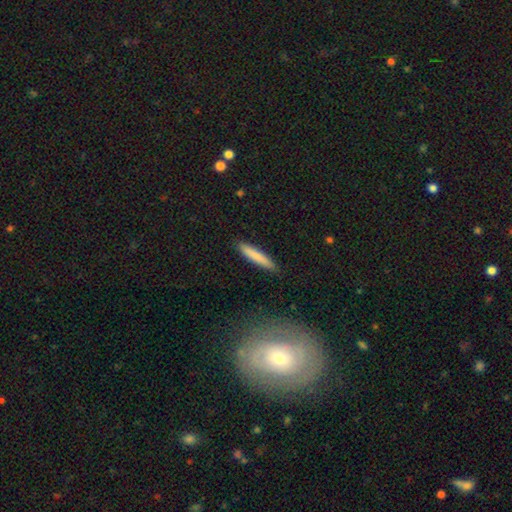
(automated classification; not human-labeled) The model was most divided on "smooth or featured": smooth: 81%, featured or disk: 13%, star or artifact: 6%. More confident: how rounded — cigar-shaped (92%); merging — none (90%).